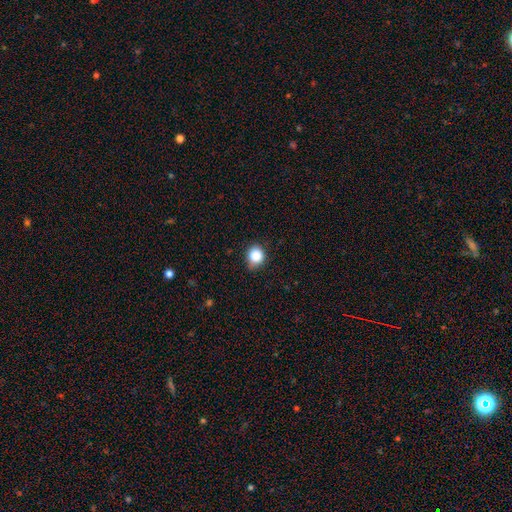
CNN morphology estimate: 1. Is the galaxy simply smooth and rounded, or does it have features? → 87% smooth, 10% star or artifact, 4% featured or disk.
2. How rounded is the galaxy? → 77% round, 22% in between, 1% cigar-shaped.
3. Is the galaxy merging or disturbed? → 74% none, 21% minor disturbance, 4% major disturbance, 1% merger.